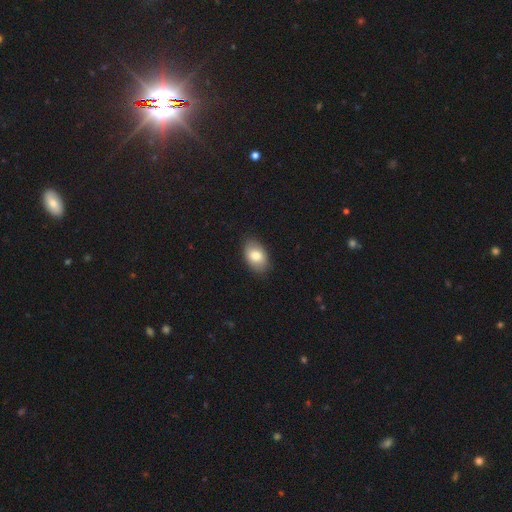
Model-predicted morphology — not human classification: Q: Smooth or featured?
A: smooth (80%); runner-up: featured or disk (13%)
Q: How rounded?
A: in between (90%); runner-up: round (8%)
Q: Merging?
A: none (86%); runner-up: minor disturbance (11%)